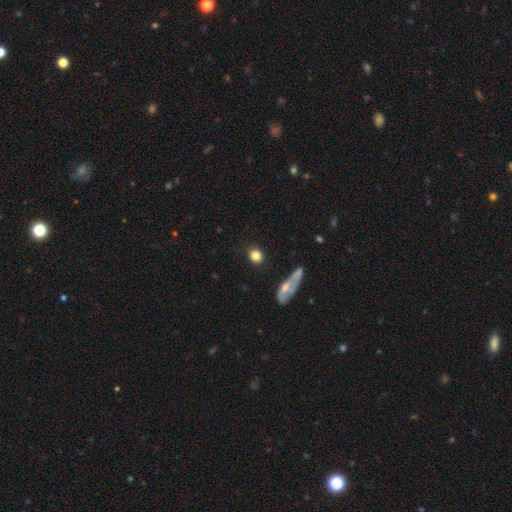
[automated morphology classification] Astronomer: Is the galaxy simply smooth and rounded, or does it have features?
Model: smooth — 84%.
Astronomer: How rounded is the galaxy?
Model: round — 75%.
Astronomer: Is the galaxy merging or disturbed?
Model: none — 82%.